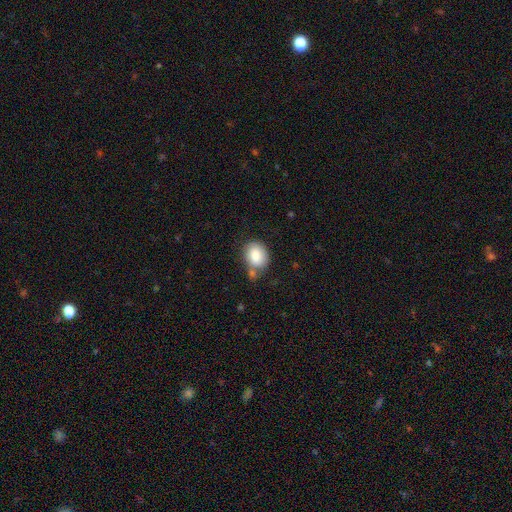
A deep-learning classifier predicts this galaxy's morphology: smooth-or-featured: smooth: 85% | featured or disk: 8% | star or artifact: 7%
  how-rounded: in between: 58% | round: 41% | cigar-shaped: 1%
  merging: none: 58% | minor disturbance: 19% | merger: 17% | major disturbance: 6%